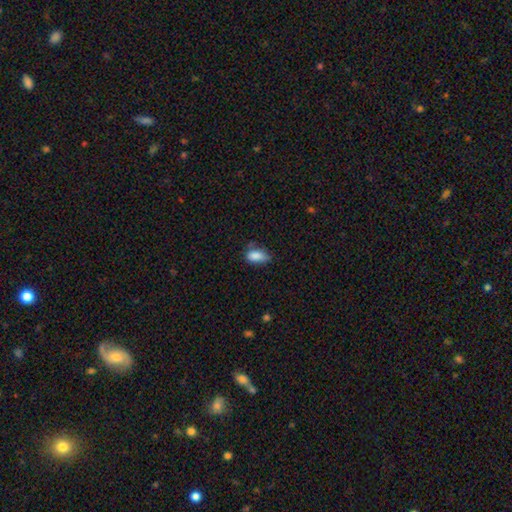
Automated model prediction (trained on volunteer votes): This is clearly a smooth galaxy (85%). How rounded: clearly in between (89%). Merging: possibly none (49%).